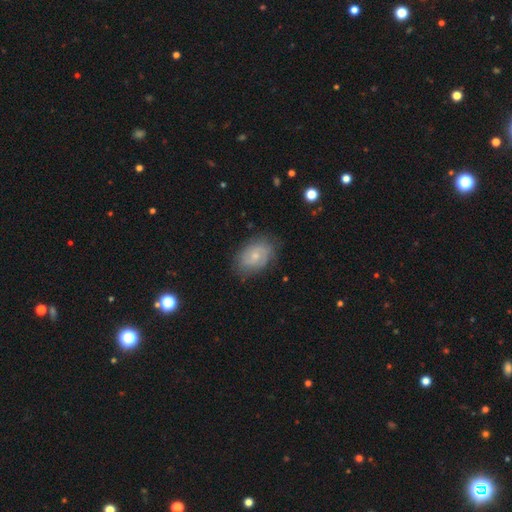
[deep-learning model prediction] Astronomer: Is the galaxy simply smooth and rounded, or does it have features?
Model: featured or disk — 57% (runner-up: smooth, 36%).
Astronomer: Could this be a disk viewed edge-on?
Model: no — 96%.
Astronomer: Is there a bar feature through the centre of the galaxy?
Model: no — 68%.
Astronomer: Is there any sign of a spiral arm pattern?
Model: yes — 81%.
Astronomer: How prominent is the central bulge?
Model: small — 61%.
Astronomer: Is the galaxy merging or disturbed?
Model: none — 76%.